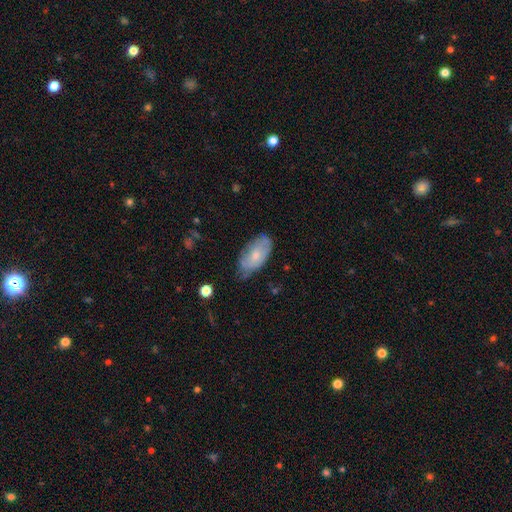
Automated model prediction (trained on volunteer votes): A smooth galaxy with no disk features (60%) that is in between round and cigar-shaped (93%). Merging: none (55%).